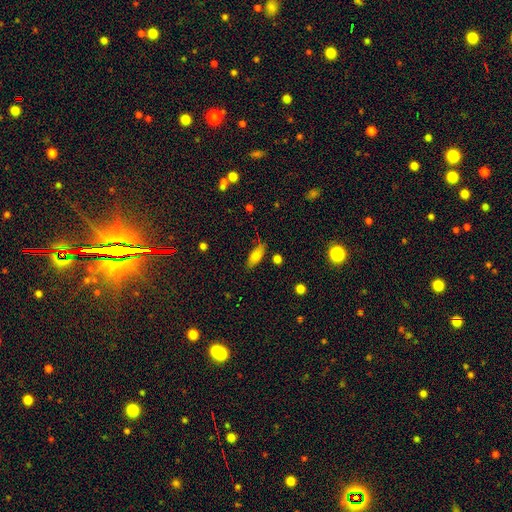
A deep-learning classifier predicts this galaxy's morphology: Overall: smooth (76%). How rounded: in between (78%). Merging: none (77%).